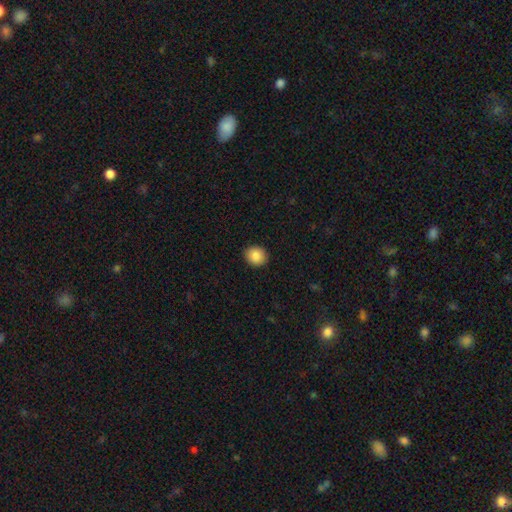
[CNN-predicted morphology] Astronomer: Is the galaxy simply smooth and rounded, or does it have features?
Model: smooth — 87%.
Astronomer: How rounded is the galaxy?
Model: round — 77%.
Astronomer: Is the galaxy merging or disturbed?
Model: none — 91%.